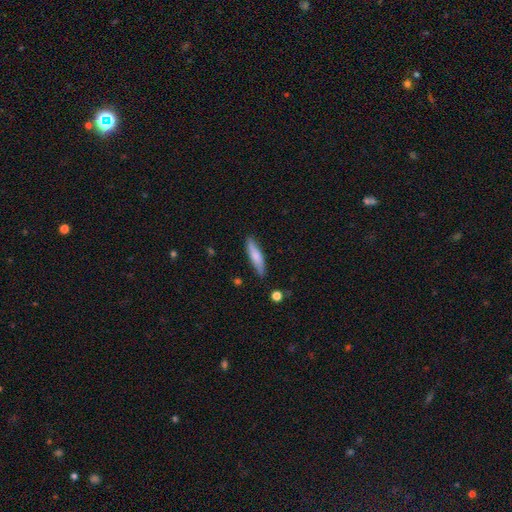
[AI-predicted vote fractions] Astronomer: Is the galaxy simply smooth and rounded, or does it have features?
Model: smooth — 73%.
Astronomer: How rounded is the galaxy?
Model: cigar-shaped — 76%.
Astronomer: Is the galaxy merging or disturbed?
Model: none — 80%.